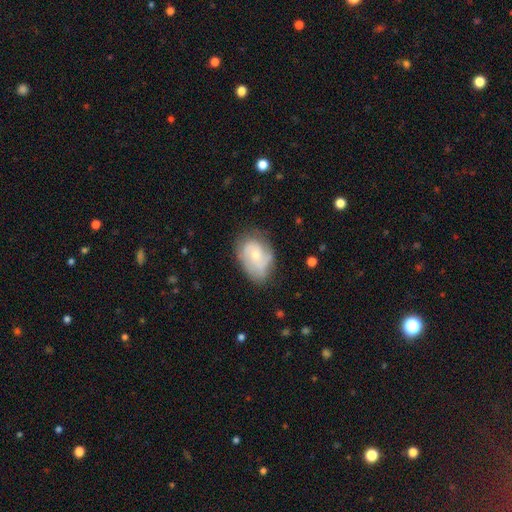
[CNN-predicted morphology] Smooth or featured? Predicted: featured or disk (p=0.54). Edge-on disk? Predicted: no (p=0.96). Bar? Predicted: no (p=0.73). Spiral arms? Predicted: yes (p=0.75). Bulge size? Predicted: small (p=0.54). Merging? Predicted: none (p=0.58).